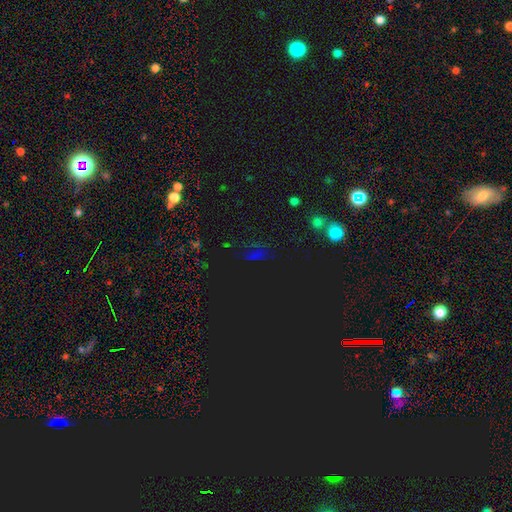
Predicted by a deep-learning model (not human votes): The model was most divided on "smooth or featured": star or artifact: 72%, smooth: 20%, featured or disk: 8%.